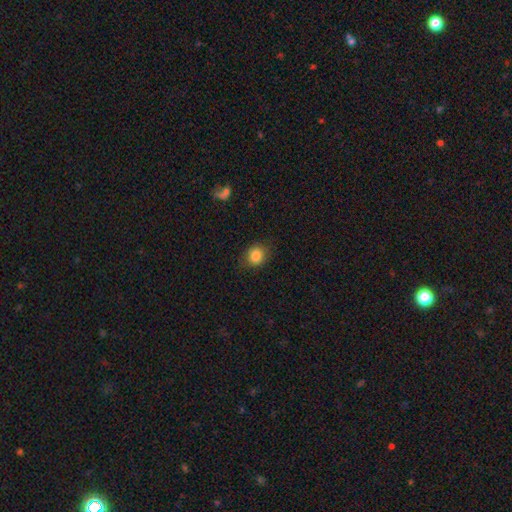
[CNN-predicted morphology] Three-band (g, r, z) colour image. It shows a smooth galaxy with no disk features (85%) that is round (74%). Merging: none (81%).